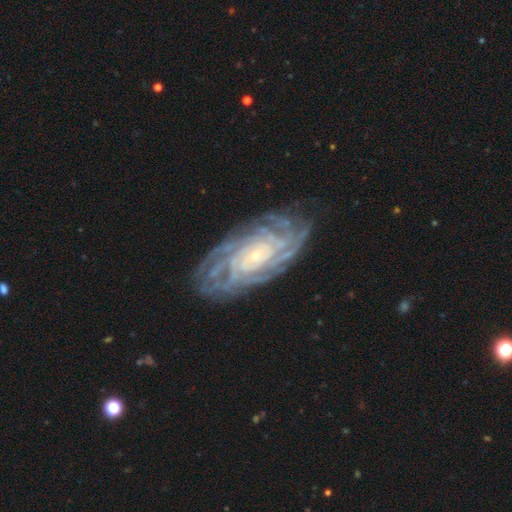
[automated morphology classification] Smooth or featured? Predicted: featured or disk (p=0.89). Edge-on disk? Predicted: no (p=0.95). Bar? Predicted: no (p=0.74). Spiral arms? Predicted: yes (p=0.98). Spiral winding? Predicted: tight (p=0.83). Spiral arm count? Predicted: more than 4 (p=0.32). Bulge size? Predicted: small (p=0.84). Merging? Predicted: none (p=0.82).